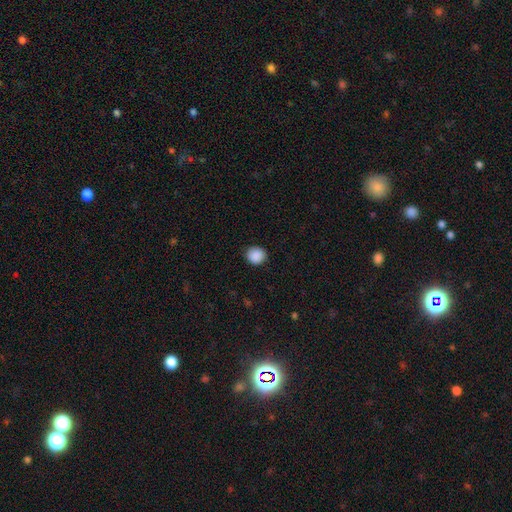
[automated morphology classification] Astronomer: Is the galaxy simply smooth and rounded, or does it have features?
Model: smooth — 89%.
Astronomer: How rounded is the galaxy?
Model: round — 88%.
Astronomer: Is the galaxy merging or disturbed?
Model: none — 90%.